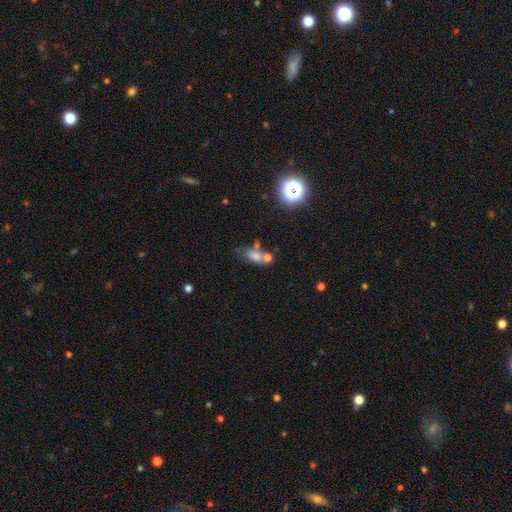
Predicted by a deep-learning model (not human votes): A smooth galaxy with no disk features (65%) that is in between round and cigar-shaped (73%). Merging: none (38%).